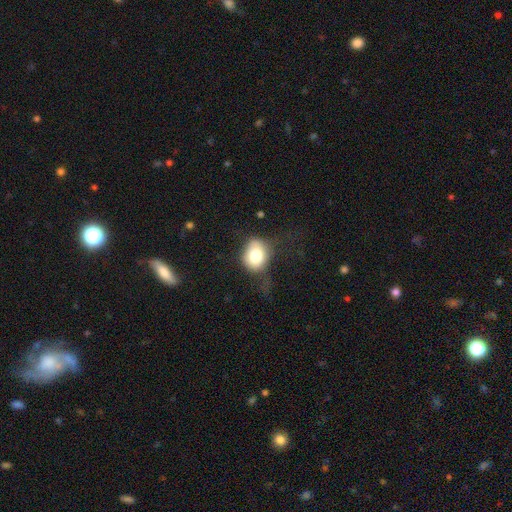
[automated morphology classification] A smooth galaxy with no disk features (77%) that is round (57%). Merging: none (49%).